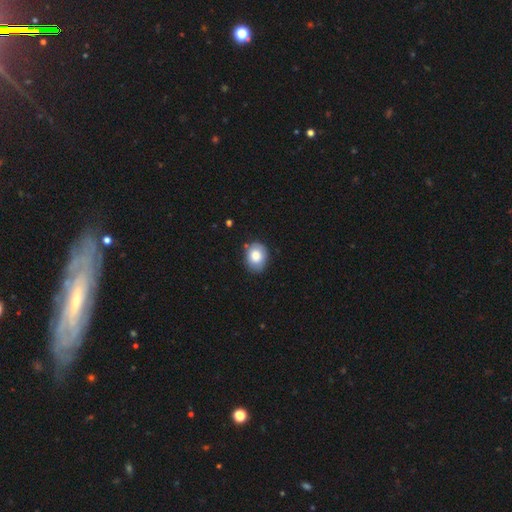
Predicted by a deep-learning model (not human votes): Smooth or featured? Predicted: smooth (p=0.82). How rounded? Predicted: in between (p=0.55). Merging? Predicted: none (p=0.78).